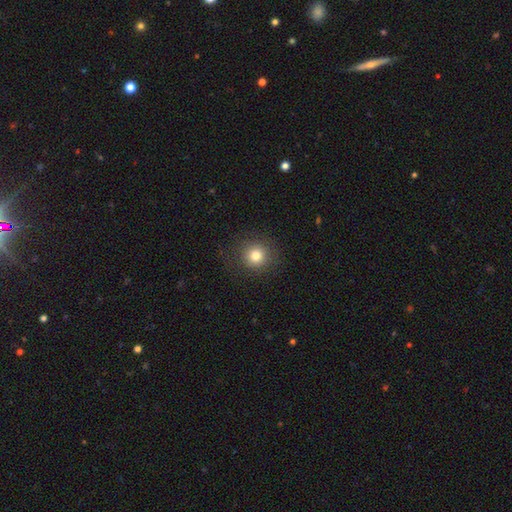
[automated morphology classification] Q: Smooth or featured?
A: smooth (80%); runner-up: star or artifact (12%)
Q: How rounded?
A: round (92%); runner-up: in between (7%)
Q: Merging?
A: none (87%); runner-up: minor disturbance (8%)